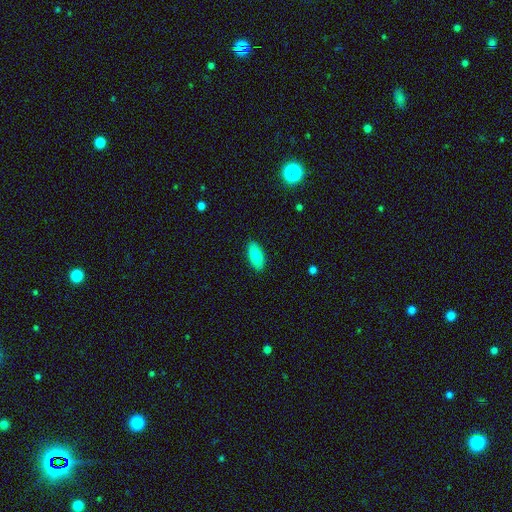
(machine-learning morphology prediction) smooth 83%, featured or disk 11%, star or artifact 6%. Down the decision tree: how rounded — in between (87%); merging — none (89%).